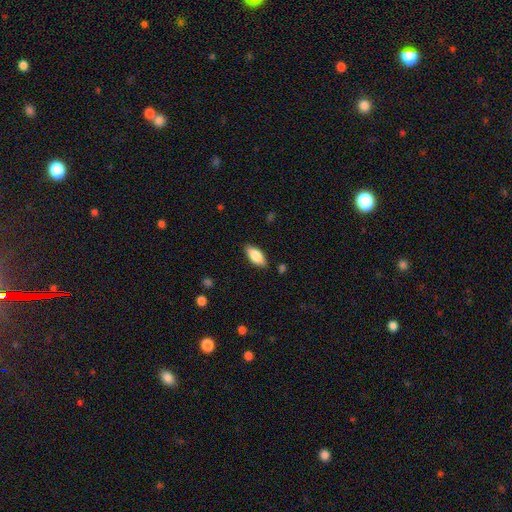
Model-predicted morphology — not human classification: A smooth galaxy with no disk features (80%) that is in between round and cigar-shaped (84%).

Vote fractions:
- Smooth or featured? smooth: 80% / featured or disk: 14% / star or artifact: 6%
- How rounded? in between: 84% / cigar-shaped: 14% / round: 2%
- Merging? none: 86% / minor disturbance: 11% / major disturbance: 2% / merger: 1%